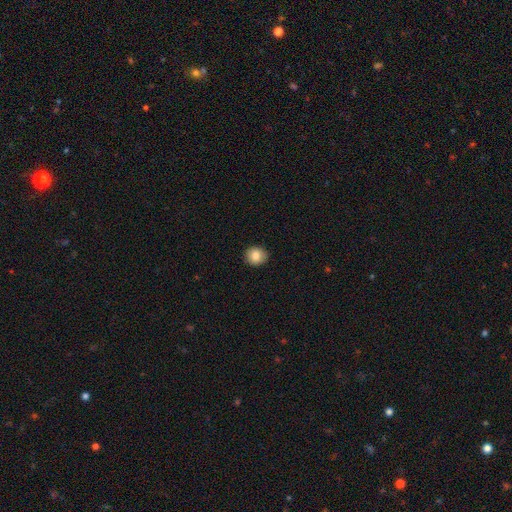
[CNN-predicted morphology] The model was most divided on "how rounded": round: 82%, in between: 17%, cigar-shaped: 1%. More confident: merging — none (89%); smooth or featured — smooth (84%).